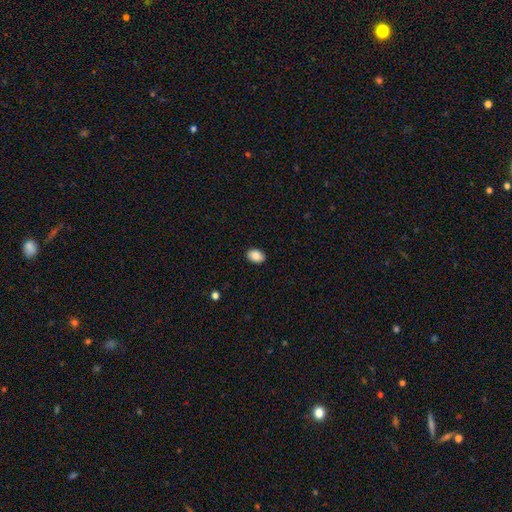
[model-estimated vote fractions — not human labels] Smooth or featured? smooth (89%)
How rounded? in between (82%)
Merging? none (89%)